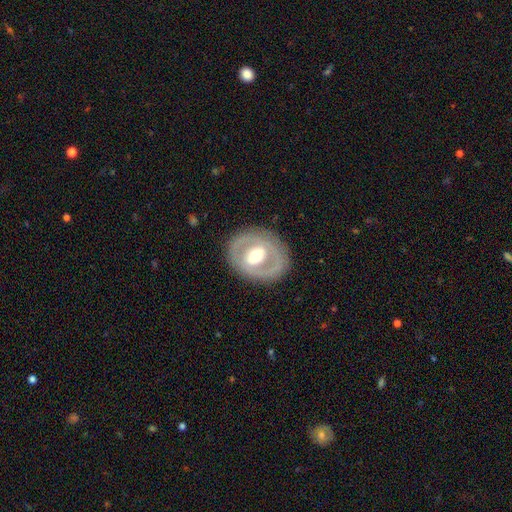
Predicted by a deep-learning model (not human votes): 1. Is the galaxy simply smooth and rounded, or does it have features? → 66% featured or disk, 29% smooth, 5% star or artifact.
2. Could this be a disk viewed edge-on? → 94% no, 6% yes.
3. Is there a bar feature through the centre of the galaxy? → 36% weak (tied), 36% no (tied), 28% strong.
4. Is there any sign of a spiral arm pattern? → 72% no, 28% yes.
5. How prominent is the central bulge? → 68% moderate, 20% large, 9% small, 1% dominant, 1% none.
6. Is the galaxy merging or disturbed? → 82% none, 11% minor disturbance, 6% major disturbance, 1% merger.